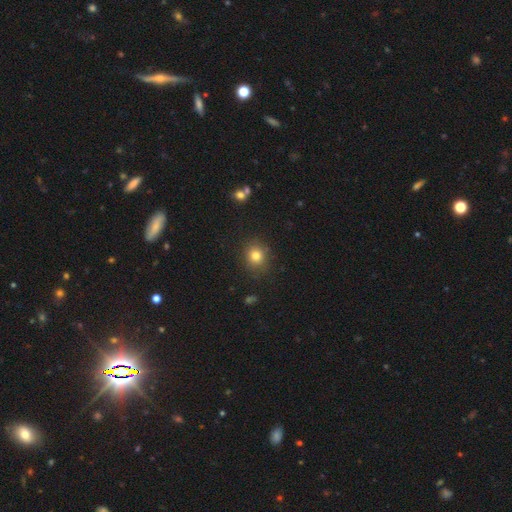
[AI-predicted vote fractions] Morphology: type=smooth (80%); roundness=round (76%); merging=none (85%).